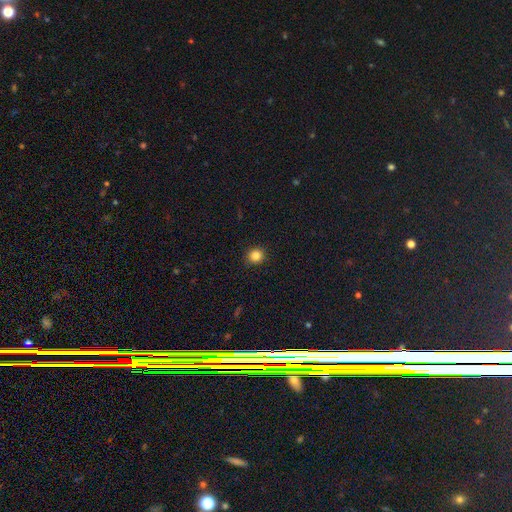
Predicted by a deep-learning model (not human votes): A smooth galaxy with no disk features (84%) that is round (89%).

Vote fractions:
- Smooth or featured? smooth: 84% / star or artifact: 12% / featured or disk: 4%
- How rounded? round: 89% / in between: 10% / cigar-shaped: 1%
- Merging? none: 91% / minor disturbance: 7% / major disturbance: 2% / merger: 1%